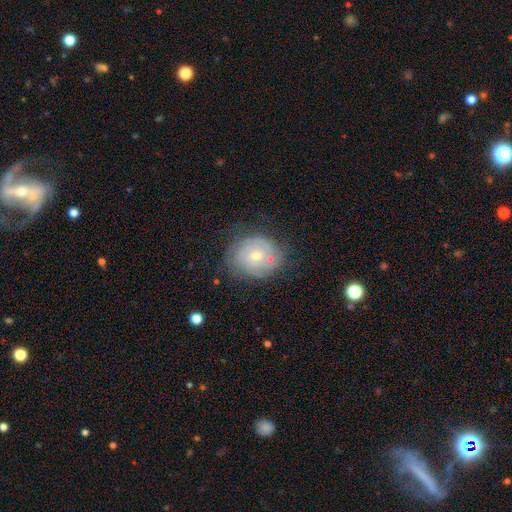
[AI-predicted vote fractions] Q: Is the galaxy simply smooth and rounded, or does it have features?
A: featured or disk — 54%.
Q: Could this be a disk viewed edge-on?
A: no — 97%.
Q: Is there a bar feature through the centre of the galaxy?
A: no — 82%.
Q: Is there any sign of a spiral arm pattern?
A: yes — 62%.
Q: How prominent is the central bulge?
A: small — 57%.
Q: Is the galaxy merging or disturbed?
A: none — 64%.